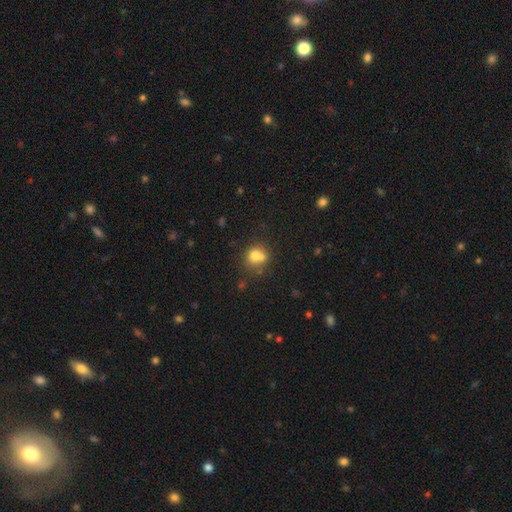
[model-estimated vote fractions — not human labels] Smooth or featured? smooth (71%)
How rounded? round (81%)
Merging? none (44%)